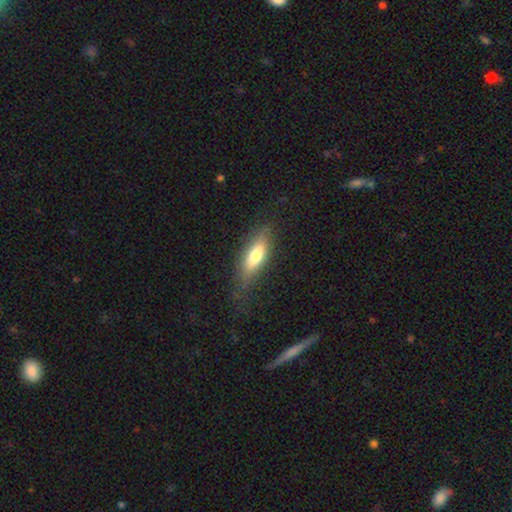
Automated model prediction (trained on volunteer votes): Smooth or featured? smooth (67%)
How rounded? in between (62%)
Merging? none (73%)